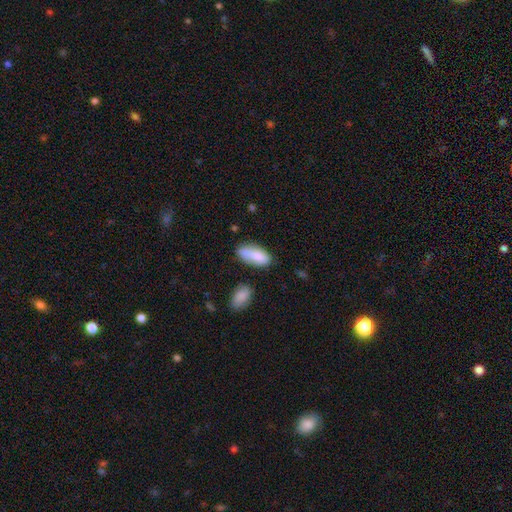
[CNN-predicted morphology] A smooth galaxy with no disk features (82%) that is in between round and cigar-shaped (82%).

Vote fractions:
- Smooth or featured? smooth: 82% / featured or disk: 11% / star or artifact: 7%
- How rounded? in between: 82% / cigar-shaped: 16% / round: 2%
- Merging? none: 58% / minor disturbance: 25% / merger: 9% / major disturbance: 7%